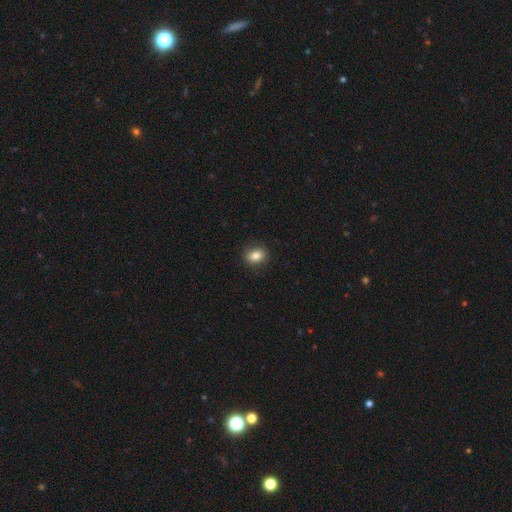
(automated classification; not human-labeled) smooth 84%, star or artifact 9%, featured or disk 7%. Down the decision tree: how rounded — in between (61%); merging — none (88%).